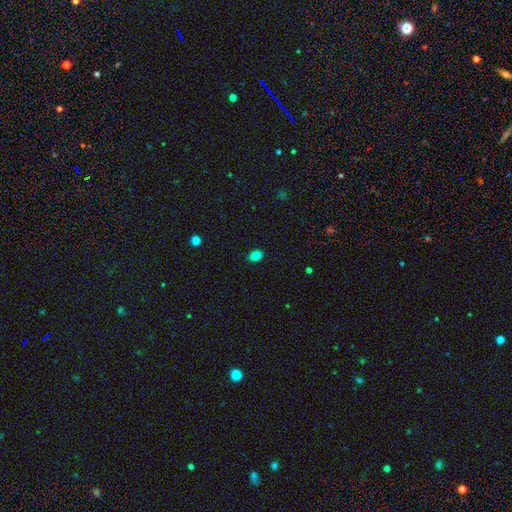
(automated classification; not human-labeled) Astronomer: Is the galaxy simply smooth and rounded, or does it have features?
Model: smooth — 84%.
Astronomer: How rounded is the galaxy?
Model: in between — 72%.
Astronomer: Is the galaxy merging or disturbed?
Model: none — 88%.